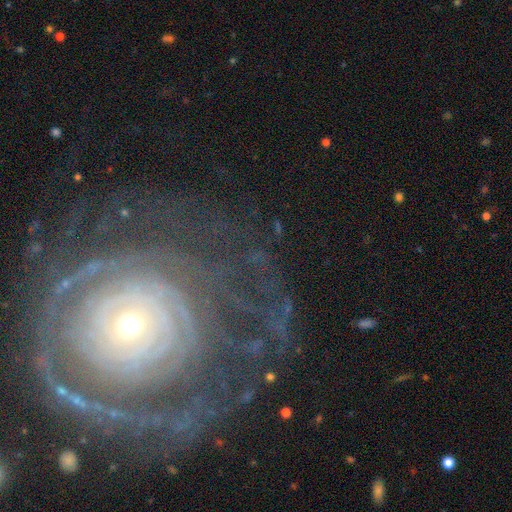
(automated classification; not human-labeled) smooth_or_featured: featured or disk (p=0.81) [alt: star or artifact p=0.11]
disk_edge_on: no (p=0.96) [alt: yes p=0.04]
bar: no (p=0.72) [alt: weak p=0.16]
has_spiral_arms: yes (p=0.93) [alt: no p=0.07]
spiral_winding: tight (p=0.83) [alt: medium p=0.13]
spiral_arm_count: can't tell (p=0.31) [alt: more than 4 p=0.25]
bulge_size: small (p=0.66) [alt: moderate p=0.29]
merging: none (p=0.72) [alt: major disturbance p=0.13]